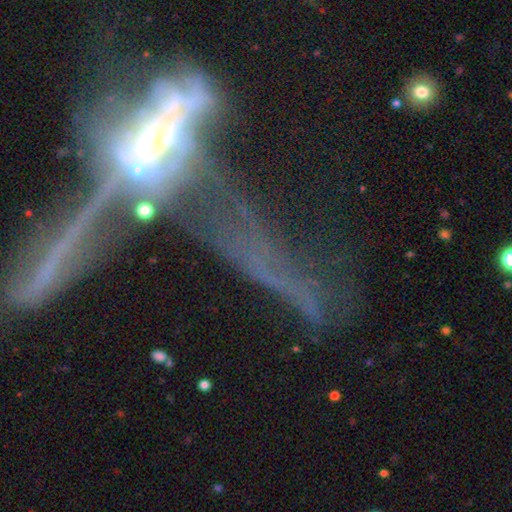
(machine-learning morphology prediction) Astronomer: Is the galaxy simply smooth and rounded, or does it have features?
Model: featured or disk — 58%.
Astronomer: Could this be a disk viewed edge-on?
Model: no — 51% (runner-up: yes, 49%).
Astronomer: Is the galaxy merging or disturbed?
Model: merger — 37% (runner-up: major disturbance, 36%).